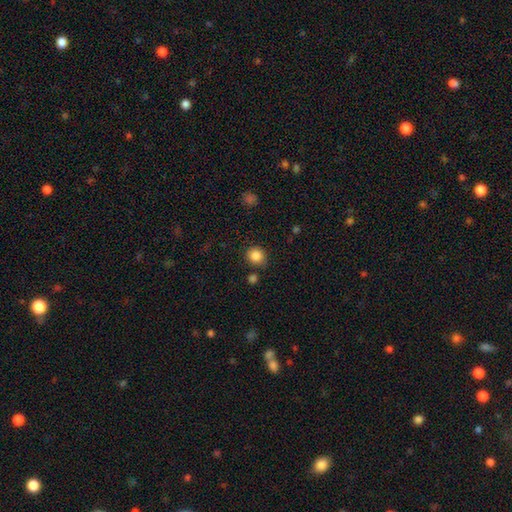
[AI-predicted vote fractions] A smooth galaxy with no disk features (85%) that is round (85%). Merging: none (80%).